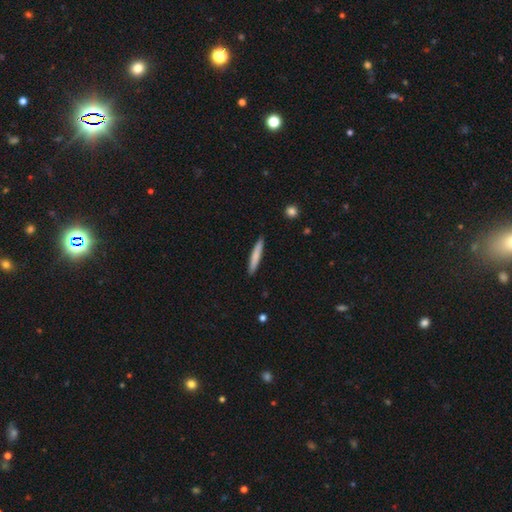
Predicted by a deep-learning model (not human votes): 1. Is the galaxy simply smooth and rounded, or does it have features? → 77% smooth, 18% featured or disk, 5% star or artifact.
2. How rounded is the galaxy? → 94% cigar-shaped, 5% in between, 1% round.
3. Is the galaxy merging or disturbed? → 90% none, 7% minor disturbance, 1% major disturbance, 1% merger.